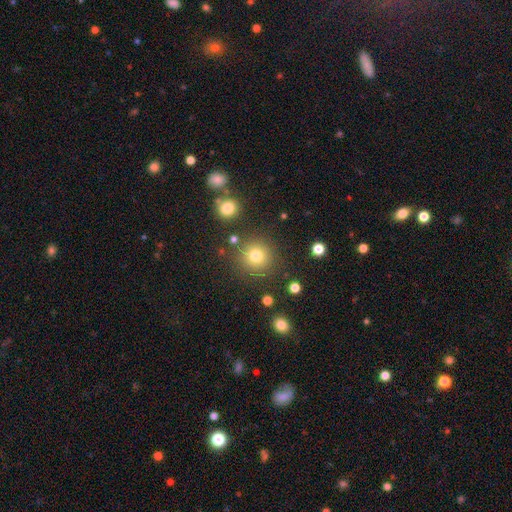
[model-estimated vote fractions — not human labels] This is likely a smooth galaxy (78%). How rounded: clearly round (94%). Merging: clearly none (85%).